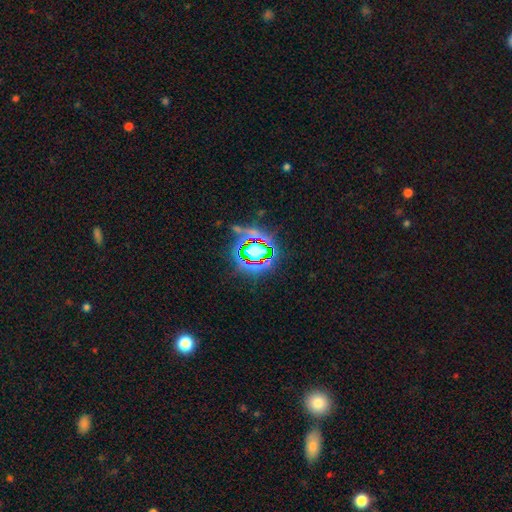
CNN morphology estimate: A star or artifact, not a galaxy (80%).